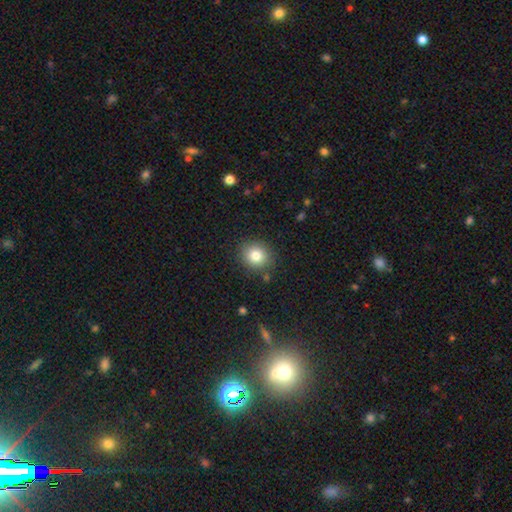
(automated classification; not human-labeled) Overall: smooth (81%). How rounded: round (82%). Merging: none (87%).